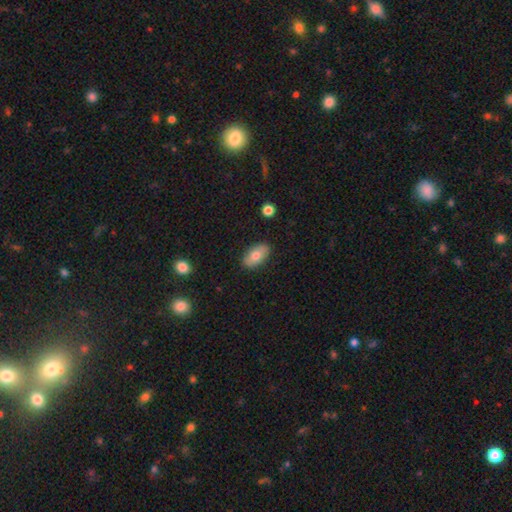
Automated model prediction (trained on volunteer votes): Smooth or featured?
  - smooth: 74% *
  - featured or disk: 19%
  - star or artifact: 7%
How rounded?
  - in between: 92% *
  - round: 5%
  - cigar-shaped: 3%
Merging?
  - none: 86% *
  - minor disturbance: 10%
  - major disturbance: 2%
  - merger: 1%